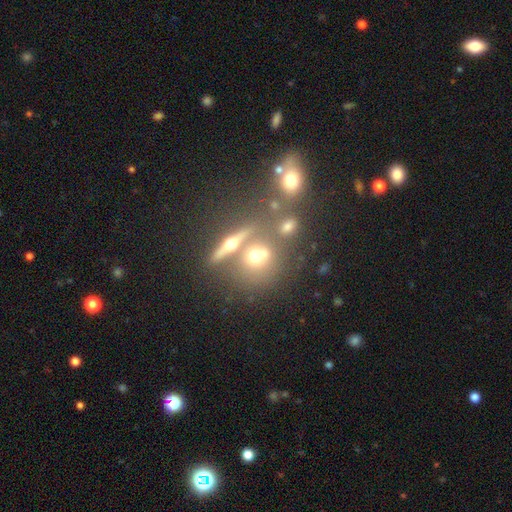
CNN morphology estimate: A smooth galaxy with no disk features (44%).

Vote fractions:
- Smooth or featured? smooth: 44% / featured or disk: 39% / star or artifact: 17%
- Merging? none: 52% / merger: 33% / minor disturbance: 10% / major disturbance: 5%